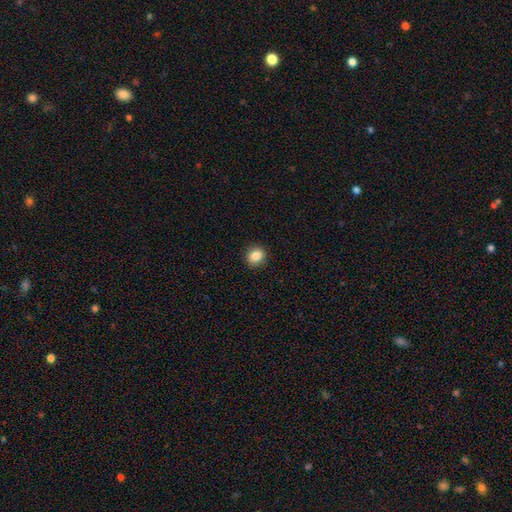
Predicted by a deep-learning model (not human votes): This is clearly a smooth galaxy (85%). How rounded: likely round (78%). Merging: clearly none (91%).